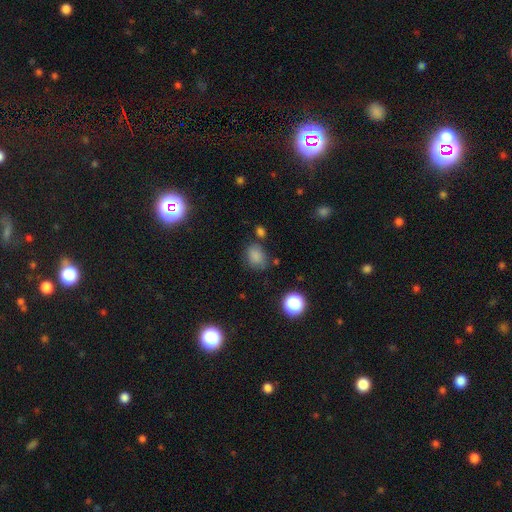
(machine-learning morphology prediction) This appears to be a smooth galaxy with no disk features (80%) that is in between round and cigar-shaped (58%). Merging: none (67%).